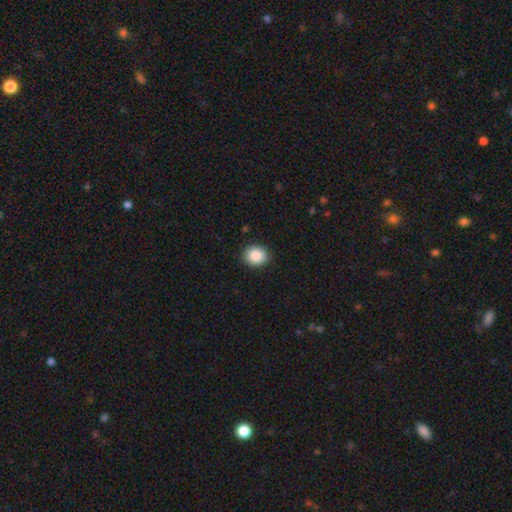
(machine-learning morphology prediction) This appears to be a smooth galaxy with no disk features (88%) that is round (69%). Merging: none (90%).